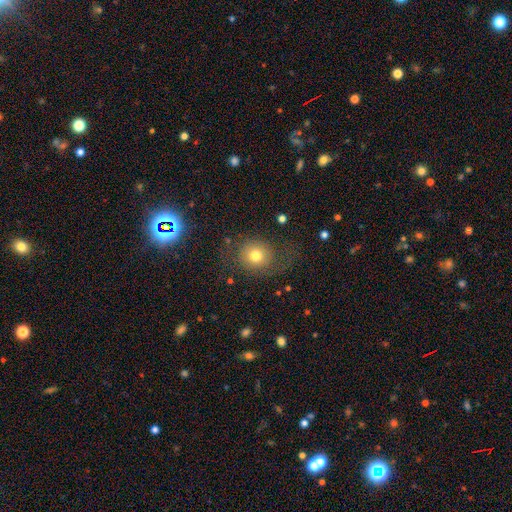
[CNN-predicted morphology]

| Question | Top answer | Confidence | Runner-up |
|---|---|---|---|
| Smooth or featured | smooth | 67% | featured or disk (20%) |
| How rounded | round | 79% | in between (19%) |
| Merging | none | 64% | major disturbance (18%) |